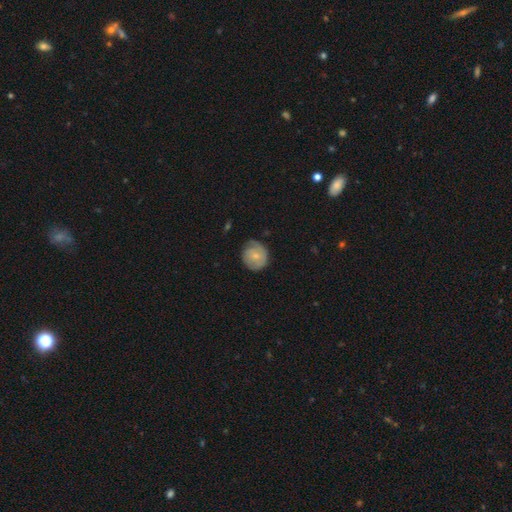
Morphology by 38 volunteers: A featured or disk galaxy (53%) with no bar (89%), 1 (57%) tight (57%) spiral arms (74%) and a small central bulge (63%).

Vote fractions:
- Smooth or featured? featured or disk: 53% / smooth: 47% / star or artifact: 0%
- Edge-on disk? no: 95% / yes: 5%
- Bar? no: 89% / weak: 11% / strong: 0%
- Spiral arms? yes: 74% / no: 26%
- Spiral winding? tight: 57% / medium: 29% / loose: 14%
- Spiral arm count? 1: 57% / can't tell: 29% / 2: 14% / 3: 0% / 4: 0% / more than 4: 0%
- Bulge size? small: 63% / moderate: 32% / dominant: 5% / large: 0% / none: 0%
- Merging? none: 61% / minor disturbance: 32% / major disturbance: 8% / merger: 0%